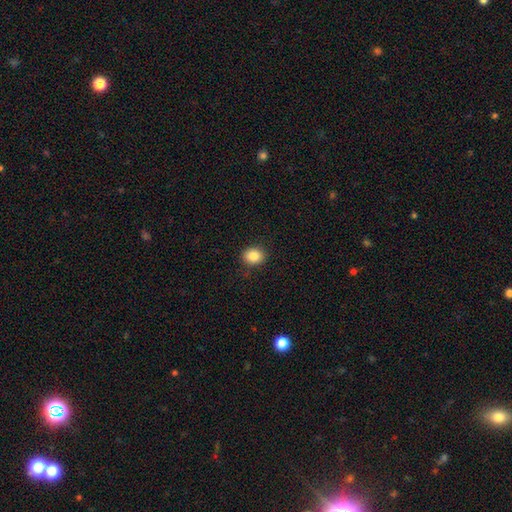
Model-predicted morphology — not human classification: Smooth or featured? Predicted: smooth (p=0.86). How rounded? Predicted: round (p=0.61). Merging? Predicted: none (p=0.88).